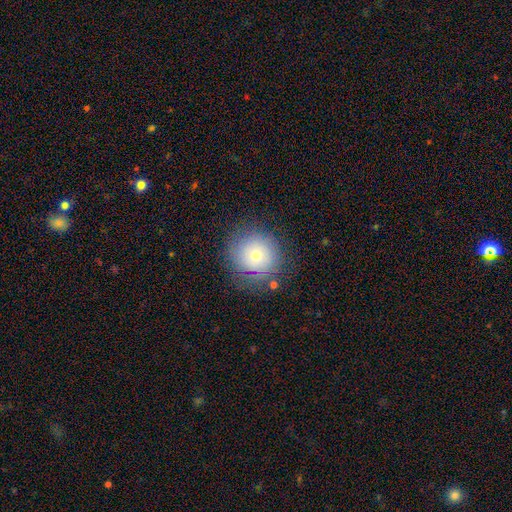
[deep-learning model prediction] smooth-or-featured: smooth: 73% | featured or disk: 16% | star or artifact: 11%
  how-rounded: round: 91% | in between: 8% | cigar-shaped: 1%
  merging: none: 78% | minor disturbance: 15% | major disturbance: 6% | merger: 2%